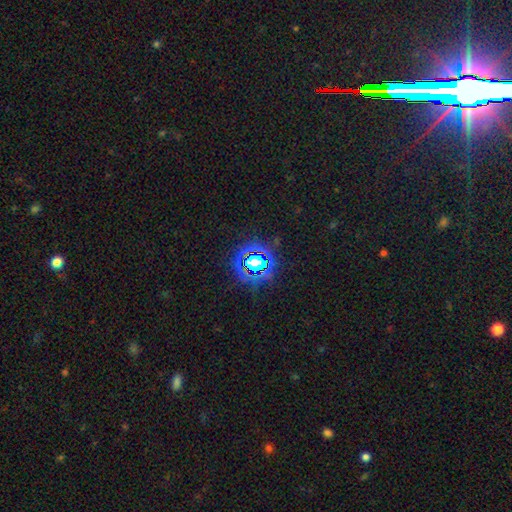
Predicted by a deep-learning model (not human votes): This is likely a star or artifact rather than a galaxy (78%).